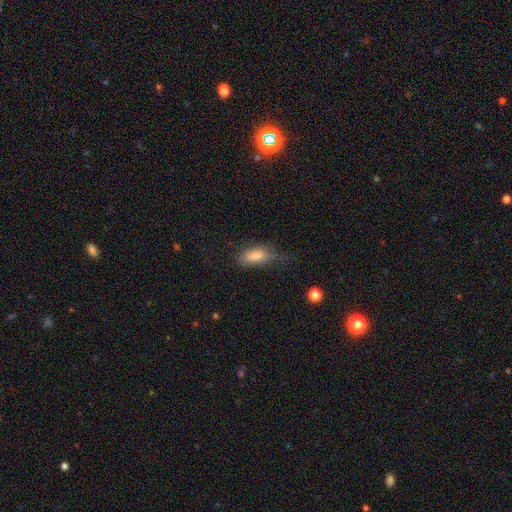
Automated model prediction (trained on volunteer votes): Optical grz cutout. It shows a smooth galaxy with no disk features (77%) that is in between round and cigar-shaped (81%). Merging: none (43%).